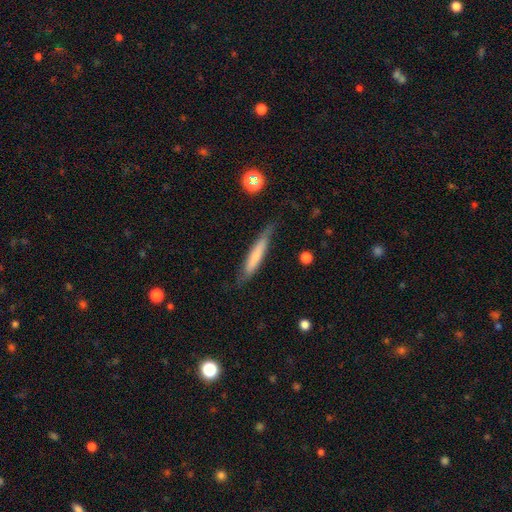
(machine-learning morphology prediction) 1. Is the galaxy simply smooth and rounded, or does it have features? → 63% smooth, 30% featured or disk, 6% star or artifact.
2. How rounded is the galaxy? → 91% cigar-shaped, 8% in between, 1% round.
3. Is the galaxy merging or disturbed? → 74% none, 20% minor disturbance, 4% major disturbance, 2% merger.